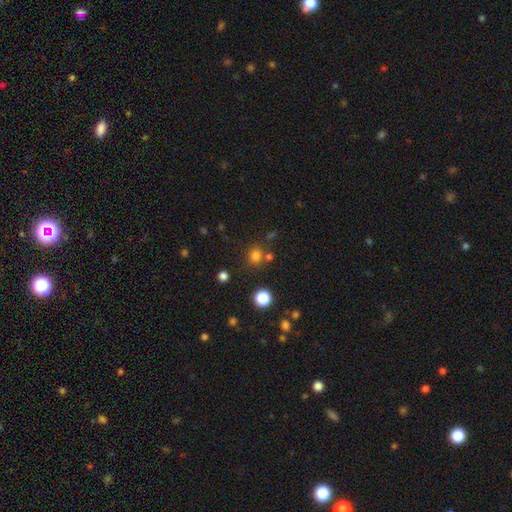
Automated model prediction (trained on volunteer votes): Smooth or featured? smooth (76%)
How rounded? round (82%)
Merging? none (74%)